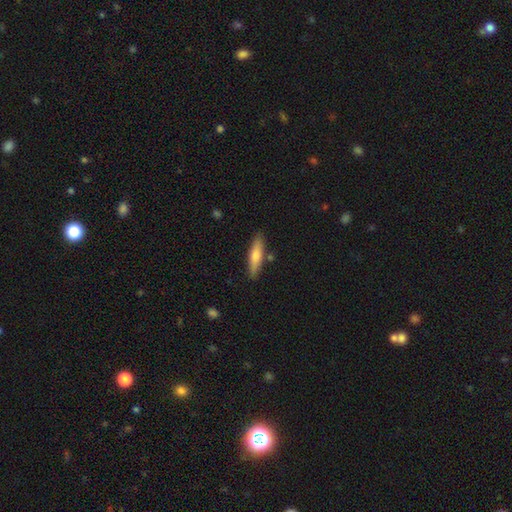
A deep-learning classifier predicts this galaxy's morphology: smooth 70%, featured or disk 25%, star or artifact 6%. Down the decision tree: how rounded — cigar-shaped (74%); merging — none (82%).